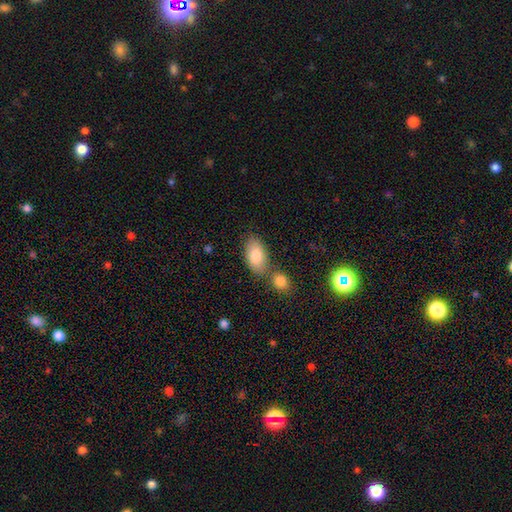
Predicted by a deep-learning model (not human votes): smooth_or_featured: smooth (p=0.82) [alt: featured or disk p=0.12]
how_rounded: in between (p=0.92) [alt: round p=0.05]
merging: none (p=0.59) [alt: merger p=0.24]